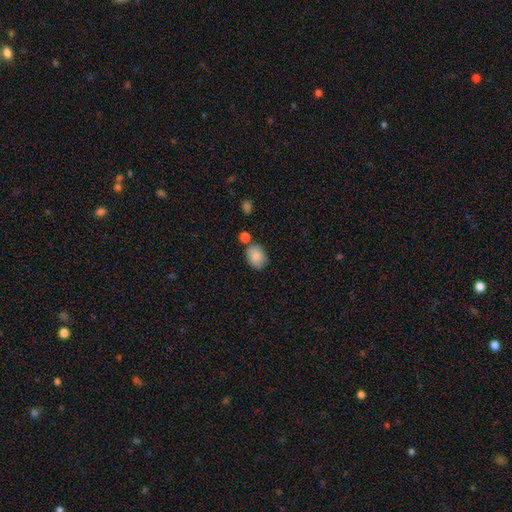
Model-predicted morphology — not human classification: Smooth or featured?
  - smooth: 87% *
  - star or artifact: 7%
  - featured or disk: 6%
How rounded?
  - in between: 73% *
  - round: 26%
  - cigar-shaped: 1%
Merging?
  - none: 69% *
  - minor disturbance: 15%
  - merger: 12%
  - major disturbance: 4%